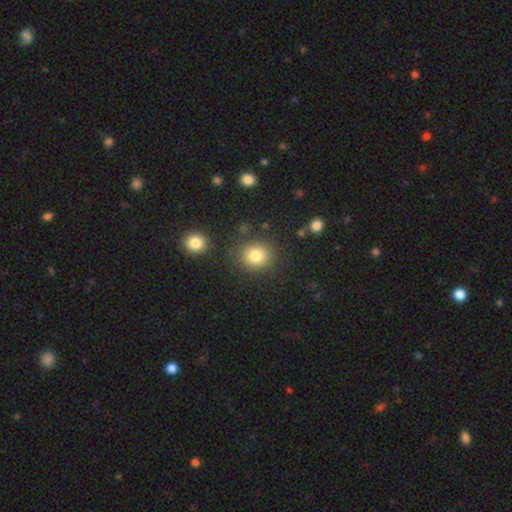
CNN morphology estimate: type=smooth (82%); roundness=round (78%); merging=none (83%).